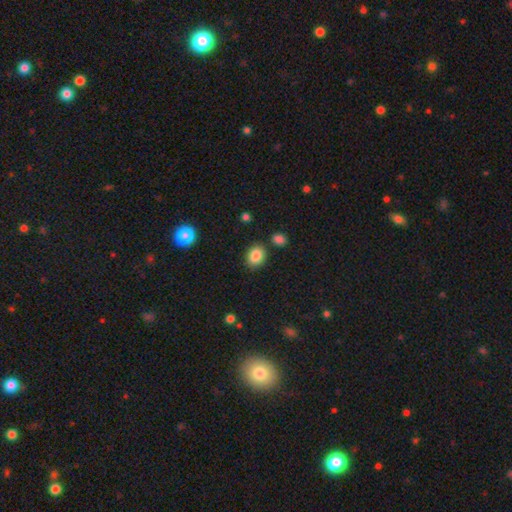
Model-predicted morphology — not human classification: Smooth or featured? smooth (86%)
How rounded? in between (61%)
Merging? none (83%)